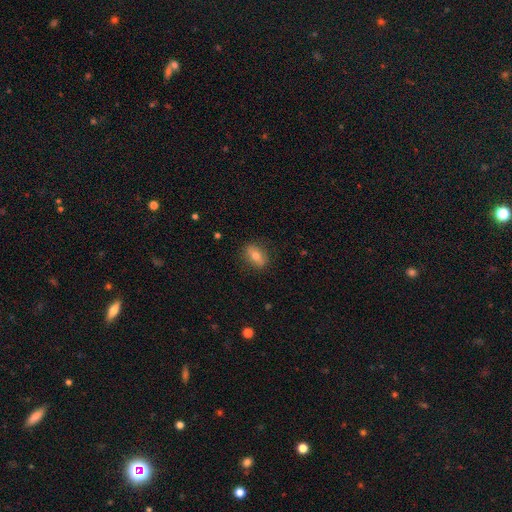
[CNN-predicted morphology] Smooth or featured?
  - smooth: 63% *
  - featured or disk: 29%
  - star or artifact: 9%
How rounded?
  - in between: 74% *
  - round: 19%
  - cigar-shaped: 7%
Merging?
  - none: 85% *
  - minor disturbance: 11%
  - major disturbance: 3%
  - merger: 1%